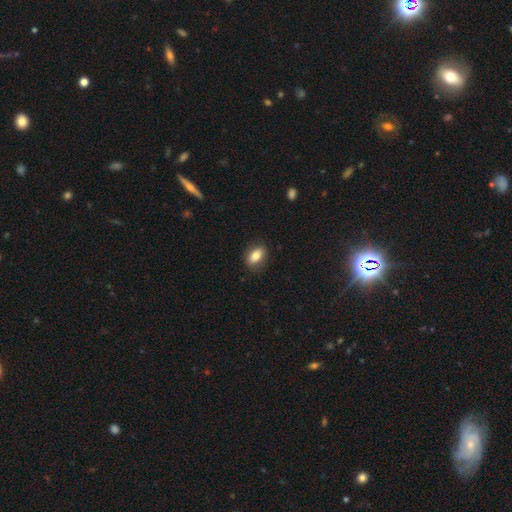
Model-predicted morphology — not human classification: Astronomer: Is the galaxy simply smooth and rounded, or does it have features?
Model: smooth — 82%.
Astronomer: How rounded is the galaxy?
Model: in between — 85%.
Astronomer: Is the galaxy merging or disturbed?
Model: none — 85%.